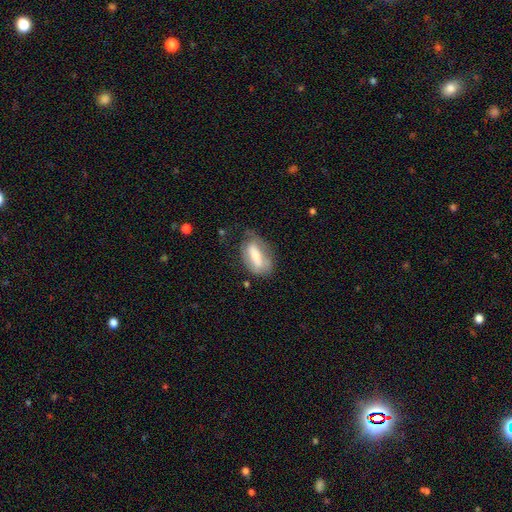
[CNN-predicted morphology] Smooth or featured?
  - smooth: 52% *
  - featured or disk: 41%
  - star or artifact: 7%
How rounded?
  - in between: 83% *
  - cigar-shaped: 12%
  - round: 5%
Merging?
  - none: 51% *
  - minor disturbance: 30%
  - major disturbance: 16%
  - merger: 3%